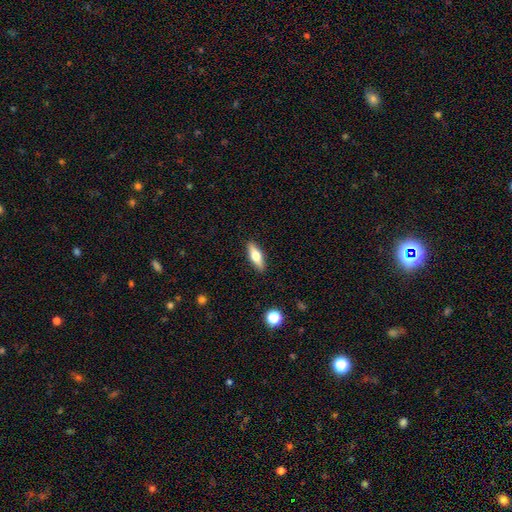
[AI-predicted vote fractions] The model was most divided on "how rounded": cigar-shaped: 50%, in between: 47%, round: 3%. More confident: merging — none (90%); smooth or featured — smooth (51%).